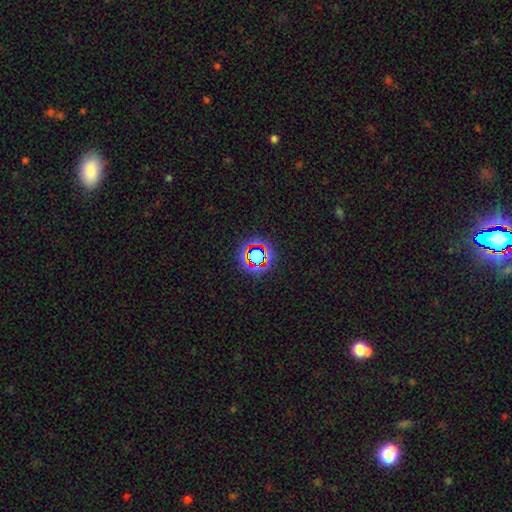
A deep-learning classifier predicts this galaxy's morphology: A star or artifact, not a galaxy (62%).

Vote fractions:
- Smooth or featured? star or artifact: 62% / smooth: 25% / featured or disk: 13%